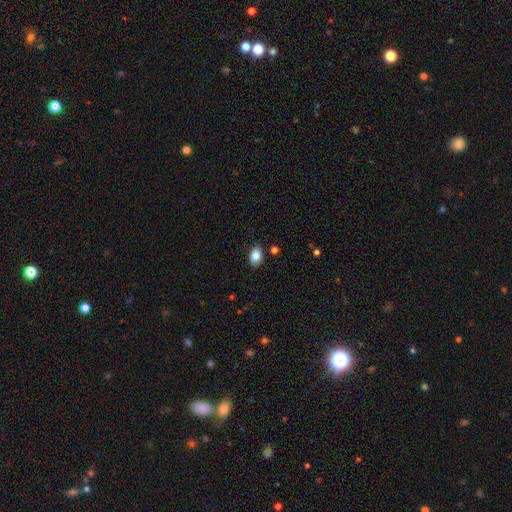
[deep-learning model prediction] Overall: smooth (83%). How rounded: in between (81%). Merging: none (86%).